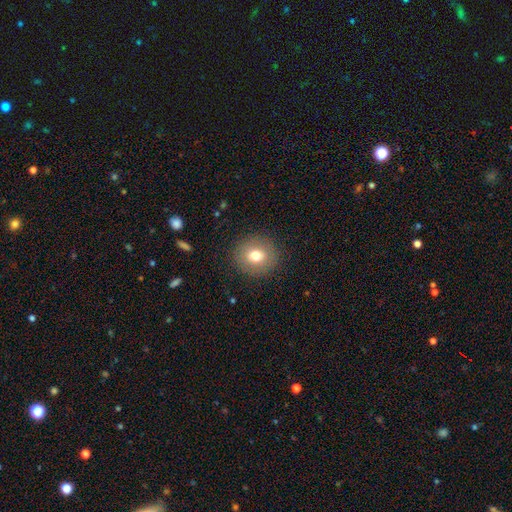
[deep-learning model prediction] This is likely a smooth galaxy (74%). How rounded: clearly round (86%). Merging: clearly none (89%).